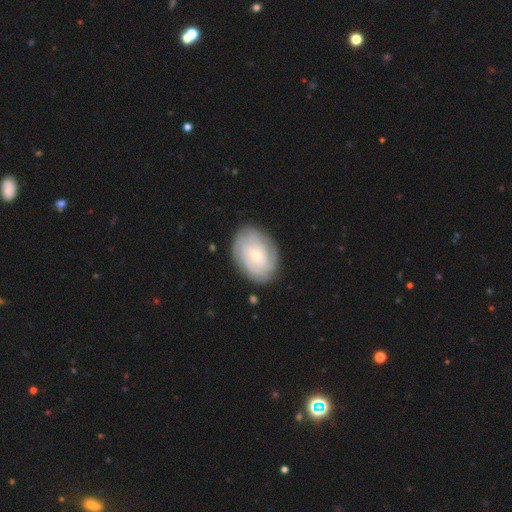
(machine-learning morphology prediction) A featured or disk galaxy (61%) with no bar (79%), spiral arms (79%) and a small central bulge (70%). Merging: none (81%).